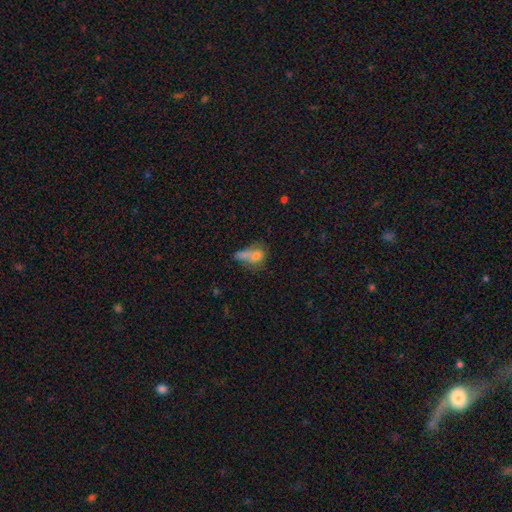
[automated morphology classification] Smooth or featured?
  - smooth: 69% *
  - featured or disk: 19%
  - star or artifact: 12%
How rounded?
  - in between: 66% *
  - round: 27%
  - cigar-shaped: 7%
Merging?
  - merger: 45% *
  - none: 27%
  - minor disturbance: 15%
  - major disturbance: 14%